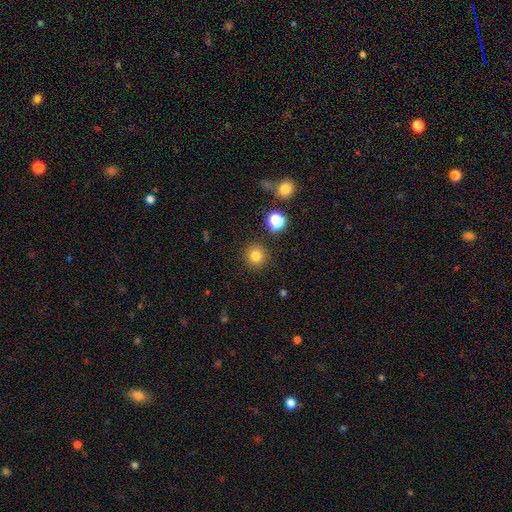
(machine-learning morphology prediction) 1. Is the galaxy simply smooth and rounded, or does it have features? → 81% smooth, 14% star or artifact, 6% featured or disk.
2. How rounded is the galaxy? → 94% round, 5% in between, 1% cigar-shaped.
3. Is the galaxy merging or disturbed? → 90% none, 6% minor disturbance, 2% major disturbance, 2% merger.